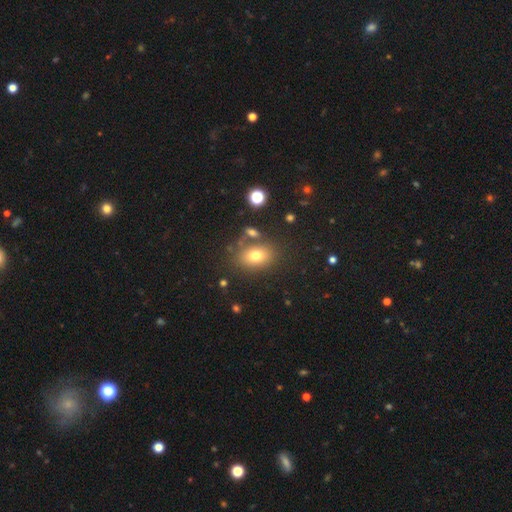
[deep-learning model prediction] This is likely a smooth galaxy (75%). How rounded: likely in between (71%). Merging: likely none (73%).